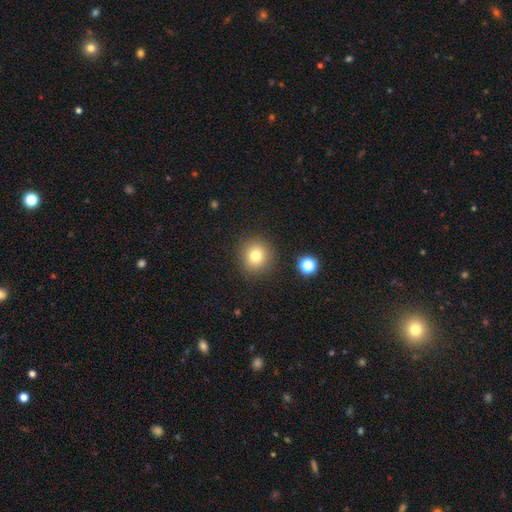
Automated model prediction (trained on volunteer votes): Smooth or featured: smooth — 78% (star or artifact — 13%)
How rounded: round — 91% (in between — 8%)
Merging: none — 89% (minor disturbance — 7%)